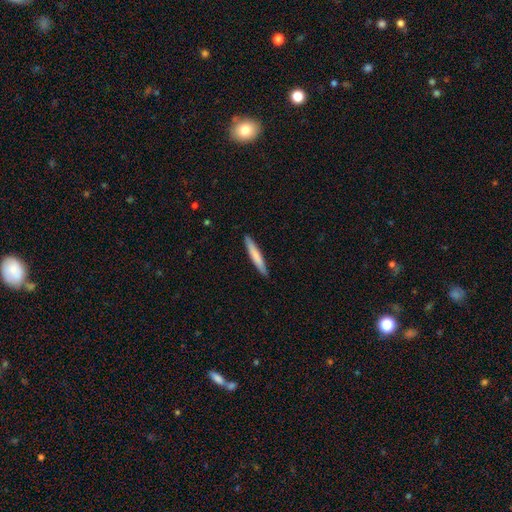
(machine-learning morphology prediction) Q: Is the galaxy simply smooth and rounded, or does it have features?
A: smooth — 73%.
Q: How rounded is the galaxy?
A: cigar-shaped — 95%.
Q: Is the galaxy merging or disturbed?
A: none — 90%.